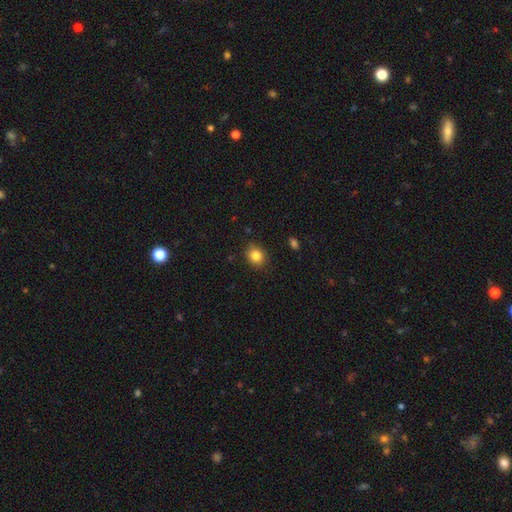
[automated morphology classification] A smooth galaxy with no disk features (85%) that is round (63%). Merging: none (85%).